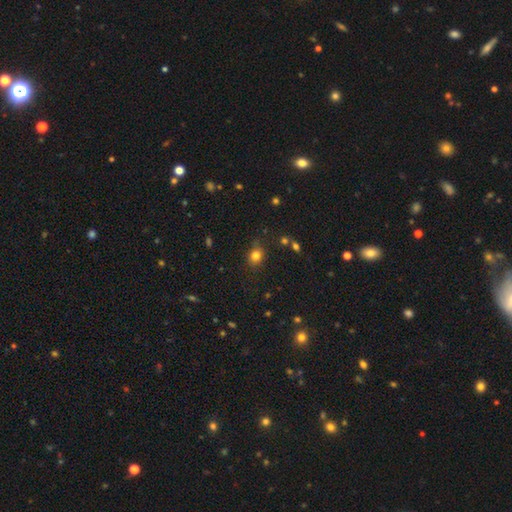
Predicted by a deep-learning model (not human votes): smooth_or_featured: smooth (p=0.80) [alt: star or artifact p=0.14]
how_rounded: round (p=0.63) [alt: in between p=0.36]
merging: none (p=0.77) [alt: minor disturbance p=0.16]